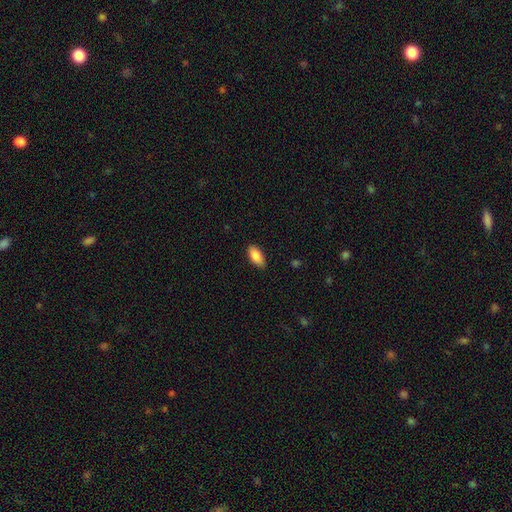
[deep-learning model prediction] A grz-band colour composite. It shows a smooth galaxy with no disk features (86%) that is in between round and cigar-shaped (89%). Merging: none (83%).